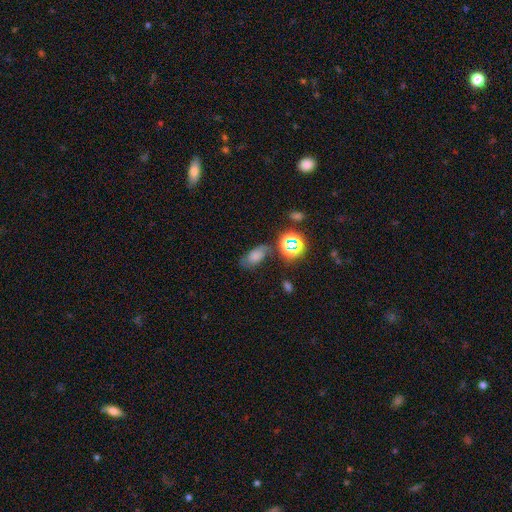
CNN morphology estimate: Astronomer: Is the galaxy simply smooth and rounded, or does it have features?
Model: smooth — 63%.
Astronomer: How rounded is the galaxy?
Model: in between — 85%.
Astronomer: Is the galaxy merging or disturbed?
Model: none — 61%.